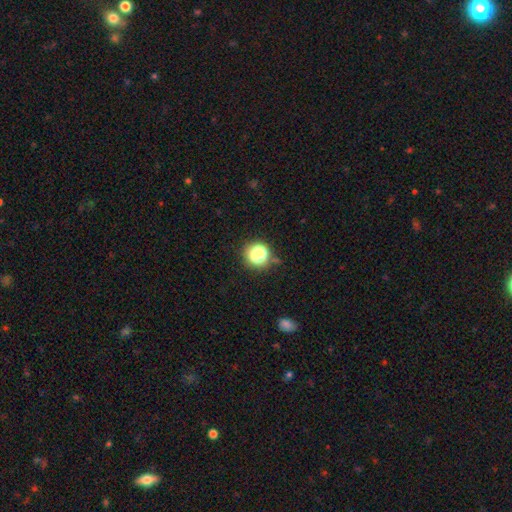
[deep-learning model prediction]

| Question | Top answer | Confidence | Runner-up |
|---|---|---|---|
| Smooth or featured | smooth | 73% | star or artifact (18%) |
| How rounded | round | 88% | in between (11%) |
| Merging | none | 75% | minor disturbance (13%) |